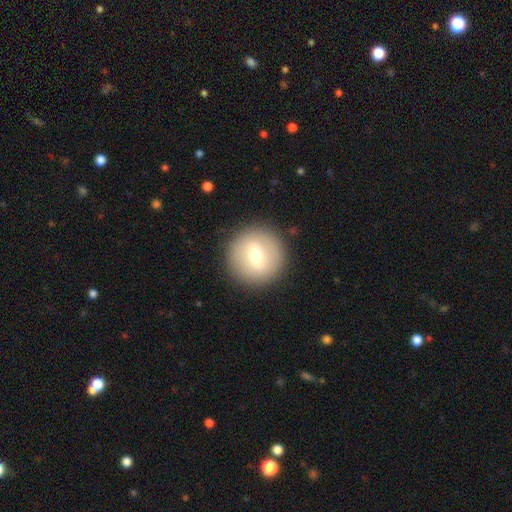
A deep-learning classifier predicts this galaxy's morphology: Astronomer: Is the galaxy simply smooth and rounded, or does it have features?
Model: smooth — 56% (runner-up: featured or disk, 36%).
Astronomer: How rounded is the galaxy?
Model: round — 95%.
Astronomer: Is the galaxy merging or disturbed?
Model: none — 90%.